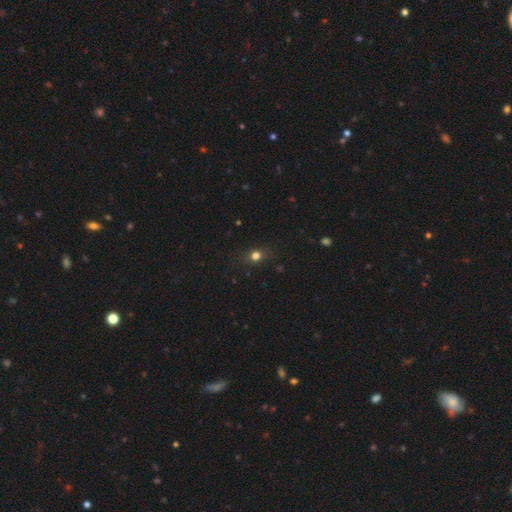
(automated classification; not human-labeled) A smooth galaxy with no disk features (71%) that is round (61%). Merging: none (82%).